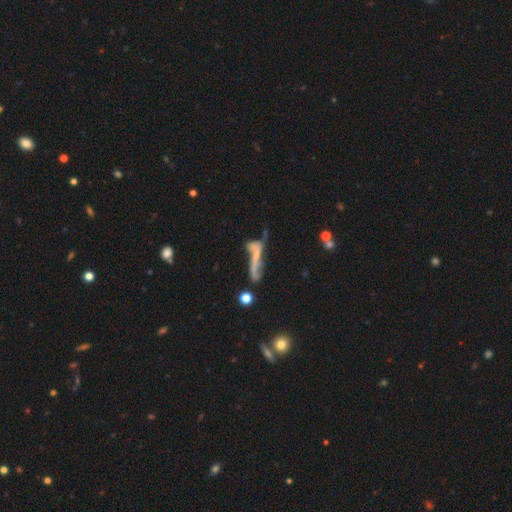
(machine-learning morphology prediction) The model was most divided on "merging" (2-way tie): merger: 29%, major disturbance: 29%, none: 25%, minor disturbance: 17%. More confident: edge-on disk — no (66%); smooth or featured — featured or disk (52%).